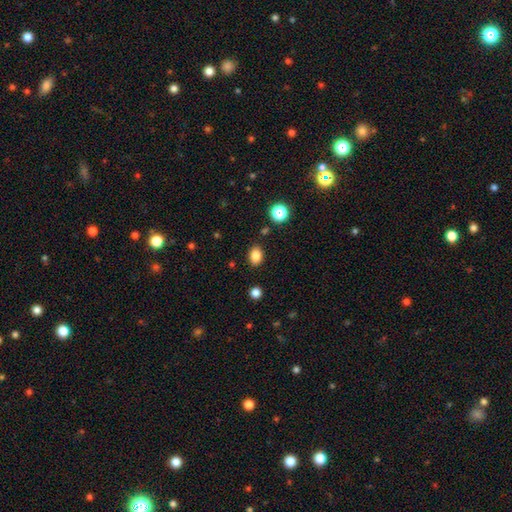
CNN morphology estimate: Overall: smooth (84%). How rounded: in between (73%). Merging: none (86%).